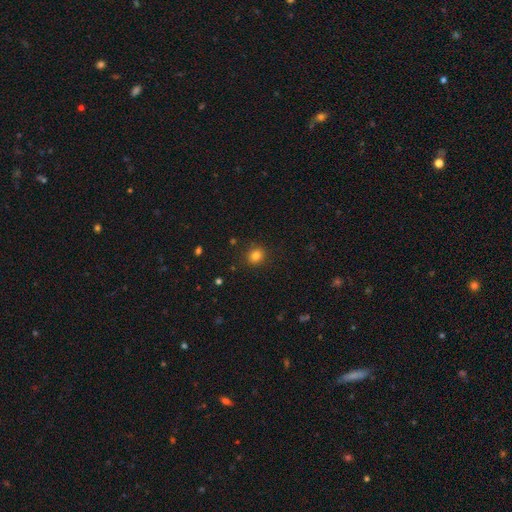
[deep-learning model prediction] smooth-or-featured: smooth: 81% | star or artifact: 13% | featured or disk: 6%
  how-rounded: round: 86% | in between: 14% | cigar-shaped: 1%
  merging: none: 88% | minor disturbance: 8% | major disturbance: 2% | merger: 1%